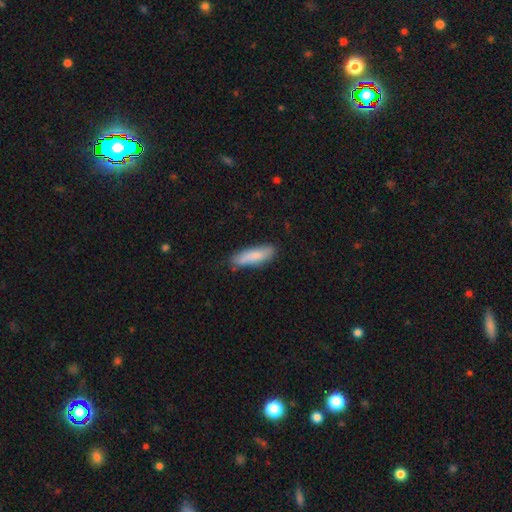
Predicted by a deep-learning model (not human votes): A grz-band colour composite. It shows a smooth galaxy with no disk features (79%) that is cigar-shaped (60%). Merging: none (76%).